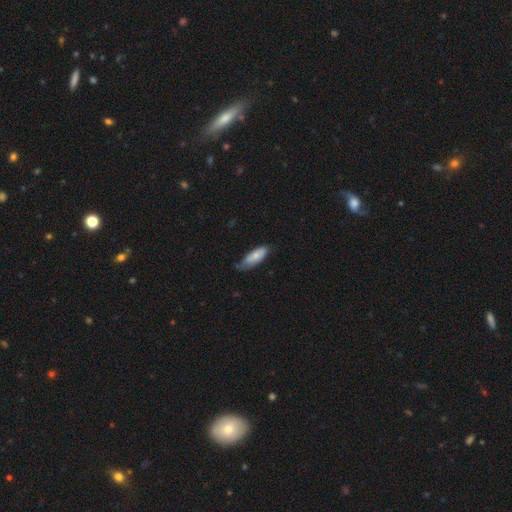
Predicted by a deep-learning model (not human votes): This is likely a smooth galaxy (71%). How rounded: likely in between (72%). Merging: possibly none (52%).